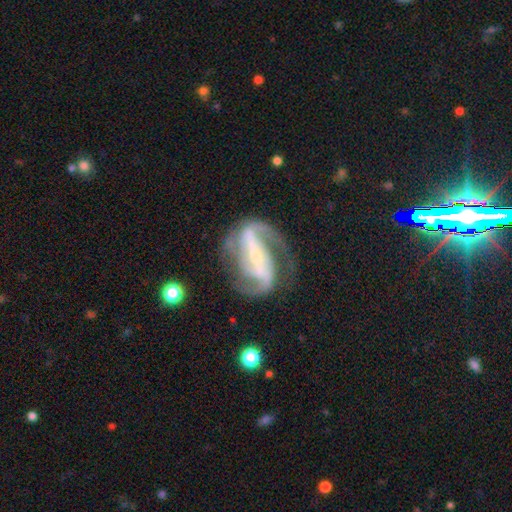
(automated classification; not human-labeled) This appears to be a featured or disk galaxy (88%) with a strong bar (72%), 2 (79%) medium (48%) spiral arms (95%) and a small central bulge (64%). Merging: none (65%).